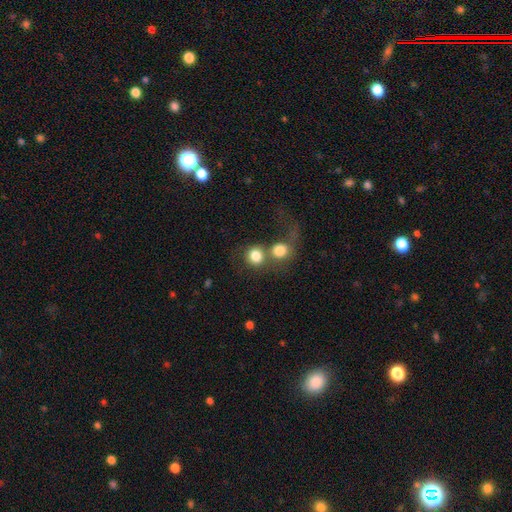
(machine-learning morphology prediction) A smooth galaxy with no disk features (80%) that is round (84%). Merging: merger (57%).